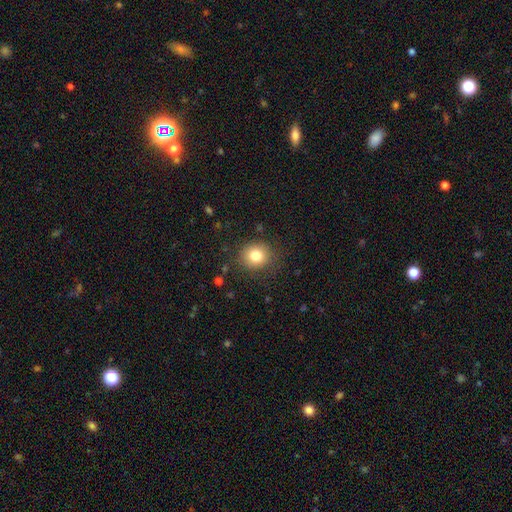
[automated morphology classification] type=smooth (80%); roundness=round (81%); merging=none (85%).